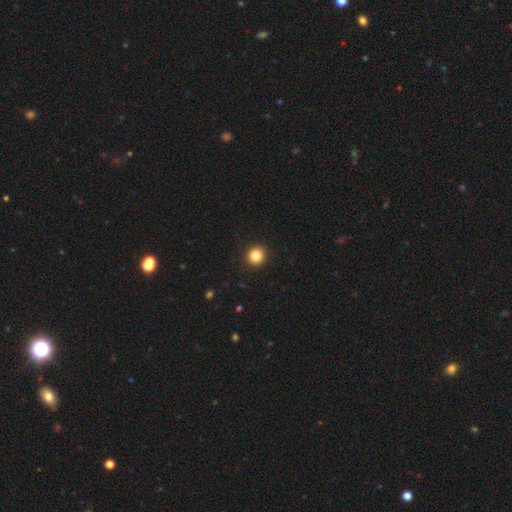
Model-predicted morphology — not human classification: A smooth galaxy with no disk features (86%) that is round (91%). Merging: none (92%).